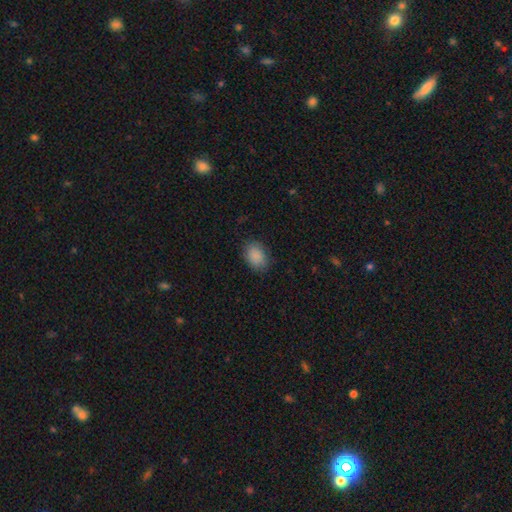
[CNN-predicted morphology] Smooth or featured?
  - smooth: 89% *
  - star or artifact: 8%
  - featured or disk: 4%
How rounded?
  - in between: 76% *
  - round: 23%
  - cigar-shaped: 1%
Merging?
  - none: 82% *
  - minor disturbance: 13%
  - major disturbance: 4%
  - merger: 1%